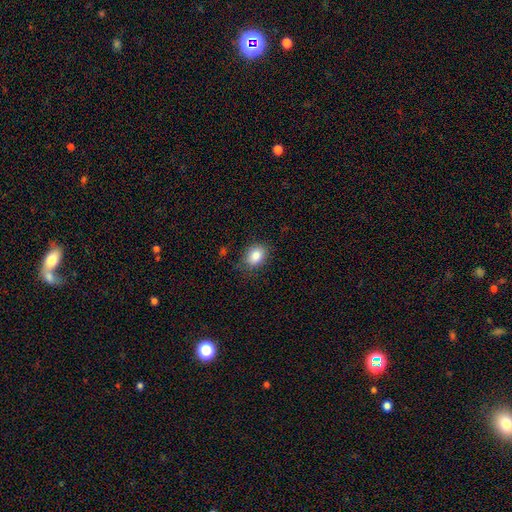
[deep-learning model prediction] This is clearly a smooth galaxy (85%). How rounded: likely in between (69%). Merging: likely none (80%).